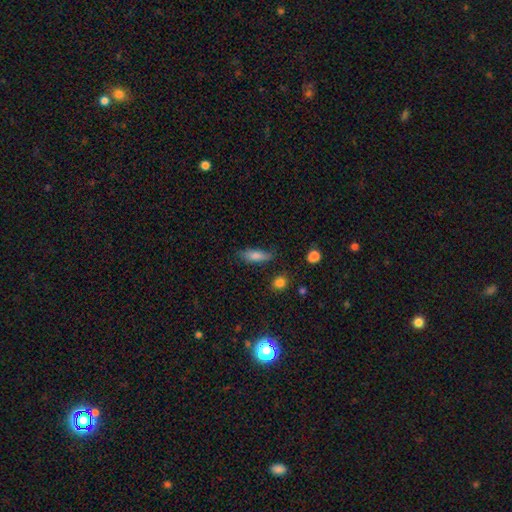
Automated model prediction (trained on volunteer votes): smooth_or_featured: smooth (p=0.81) [alt: featured or disk p=0.11]
how_rounded: in between (p=0.61) [alt: cigar-shaped p=0.35]
merging: none (p=0.68) [alt: minor disturbance p=0.24]